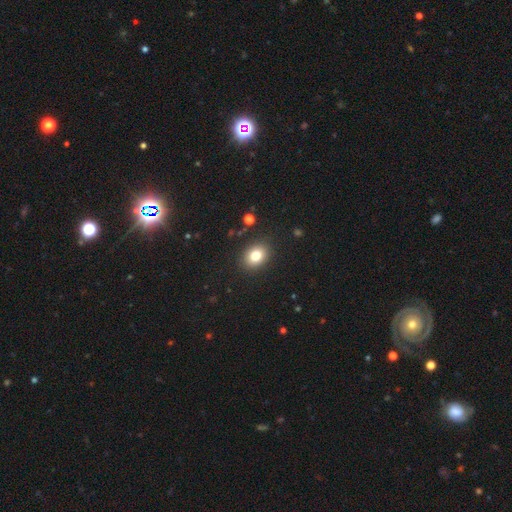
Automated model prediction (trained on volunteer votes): Smooth or featured?
  - smooth: 80% *
  - star or artifact: 11%
  - featured or disk: 9%
How rounded?
  - in between: 60% *
  - round: 39%
  - cigar-shaped: 1%
Merging?
  - none: 88% *
  - minor disturbance: 8%
  - major disturbance: 2%
  - merger: 1%